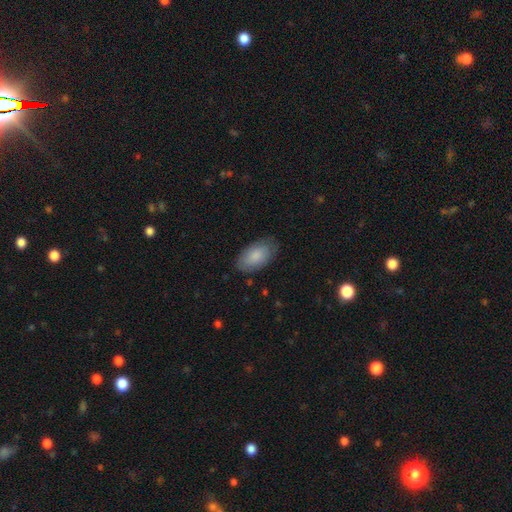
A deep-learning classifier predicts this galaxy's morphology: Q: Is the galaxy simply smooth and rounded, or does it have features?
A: smooth — 83%.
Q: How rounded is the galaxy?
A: in between — 94%.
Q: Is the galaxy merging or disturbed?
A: none — 79%.